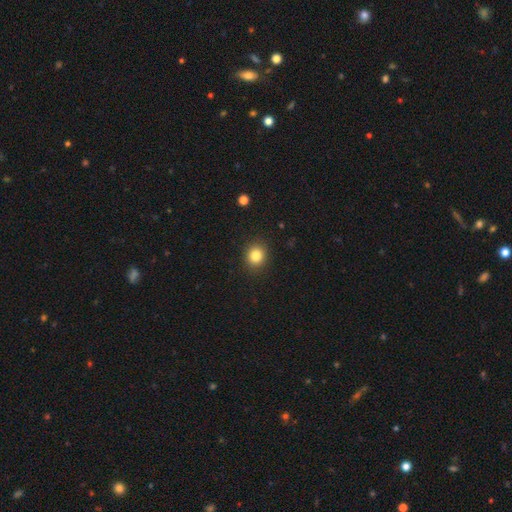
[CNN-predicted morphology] Overall: smooth (84%). How rounded: round (78%). Merging: none (89%).